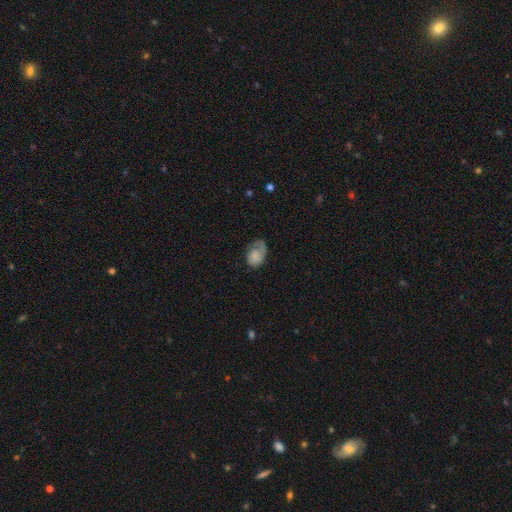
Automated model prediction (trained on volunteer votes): Smooth or featured? smooth (57%)
How rounded? in between (80%)
Merging? none (41%)